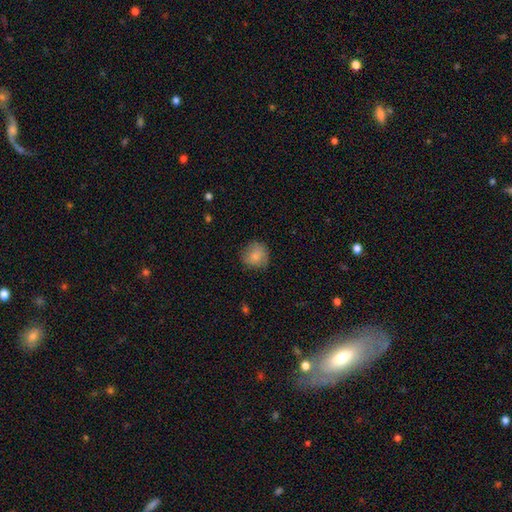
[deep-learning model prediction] Morphology: type=smooth (81%); roundness=round (88%); merging=none (77%).